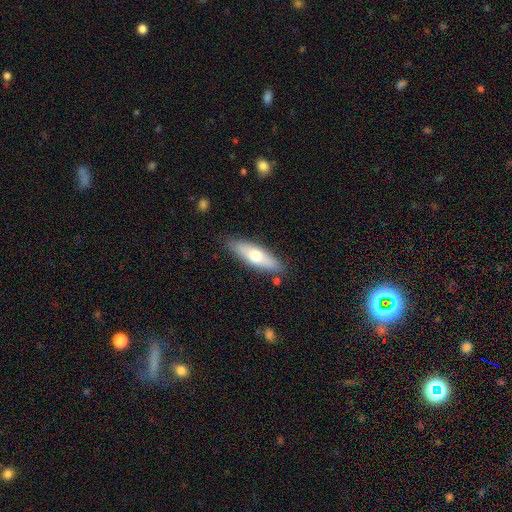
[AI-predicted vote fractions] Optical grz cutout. It shows a smooth galaxy with no disk features (60%) that is cigar-shaped (50%). Merging: none (84%).